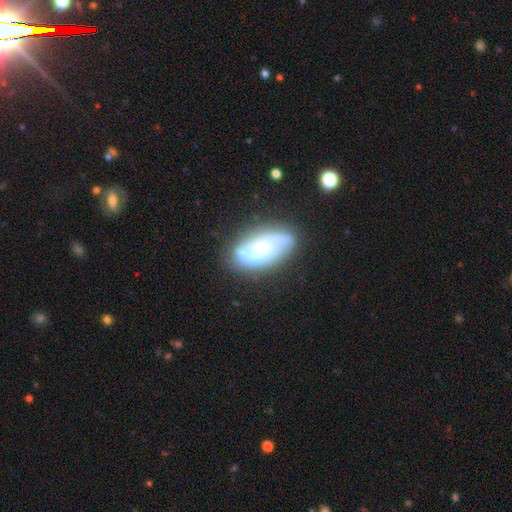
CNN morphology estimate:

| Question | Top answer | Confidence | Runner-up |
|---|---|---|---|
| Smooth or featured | featured or disk | 63% | smooth (28%) |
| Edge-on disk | no | 94% | yes (6%) |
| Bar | no | 78% | weak (17%) |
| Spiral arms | no | 59% | yes (41%) |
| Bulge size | small | 41% | moderate (40%) |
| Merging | none | 55% | minor disturbance (21%) |